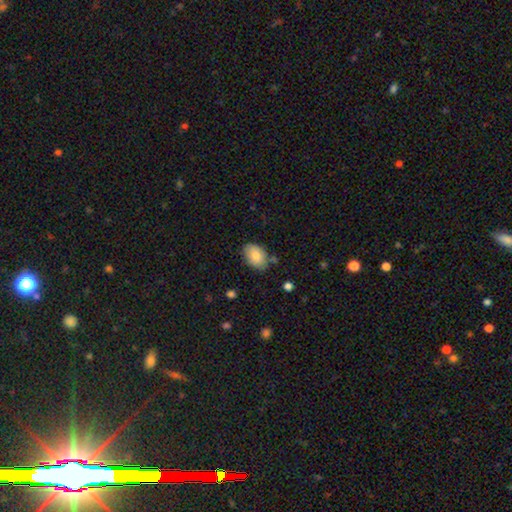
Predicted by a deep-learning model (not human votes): Morphology: type=smooth (85%); roundness=in between (83%); merging=none (72%).